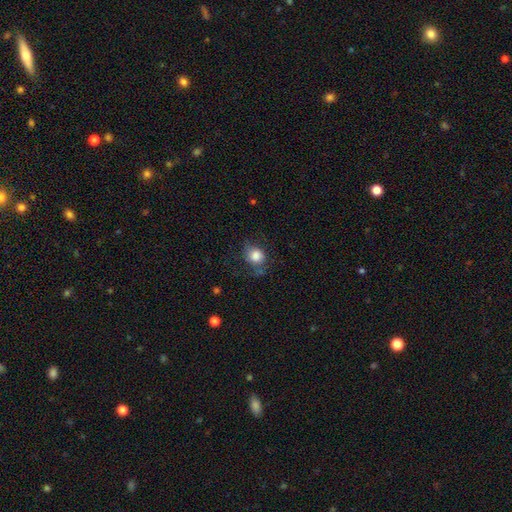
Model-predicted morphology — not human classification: smooth 80%, featured or disk 11%, star or artifact 9%. Down the decision tree: how rounded — round (69%); merging — none (56%).